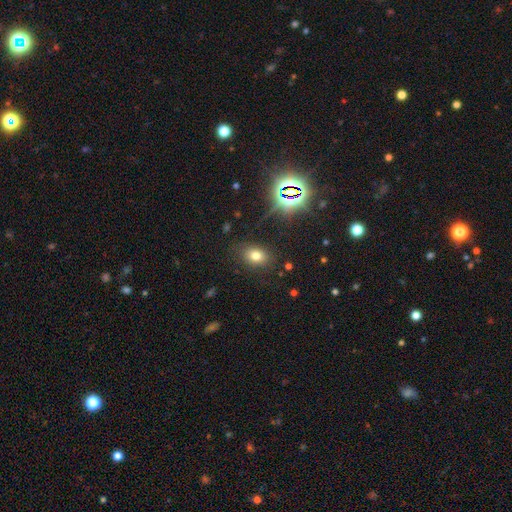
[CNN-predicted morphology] This is likely a smooth galaxy (70%). How rounded: likely in between (71%). Merging: clearly none (84%).